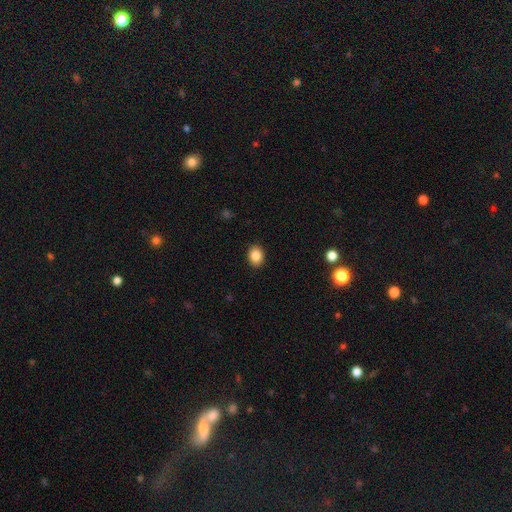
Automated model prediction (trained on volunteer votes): Smooth or featured? smooth (86%)
How rounded? in between (56%)
Merging? none (91%)